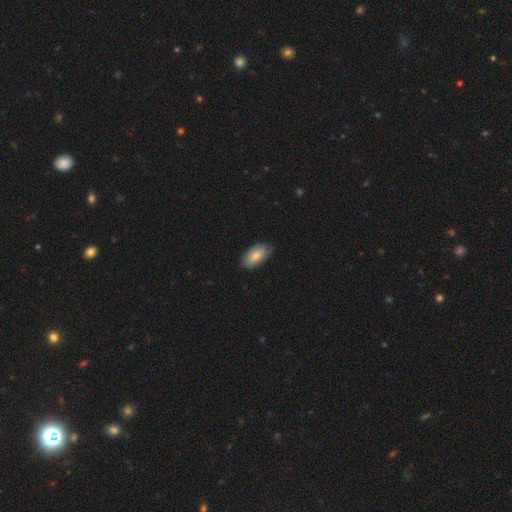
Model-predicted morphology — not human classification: type=smooth (83%); roundness=in between (93%); merging=none (82%).